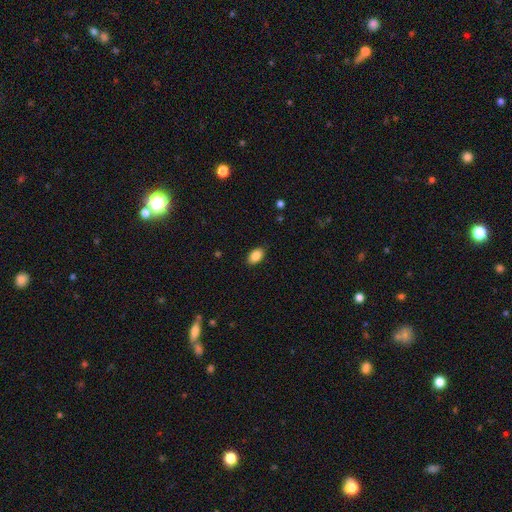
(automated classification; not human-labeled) Smooth or featured? Predicted: smooth (p=0.87). How rounded? Predicted: in between (p=0.90). Merging? Predicted: none (p=0.88).